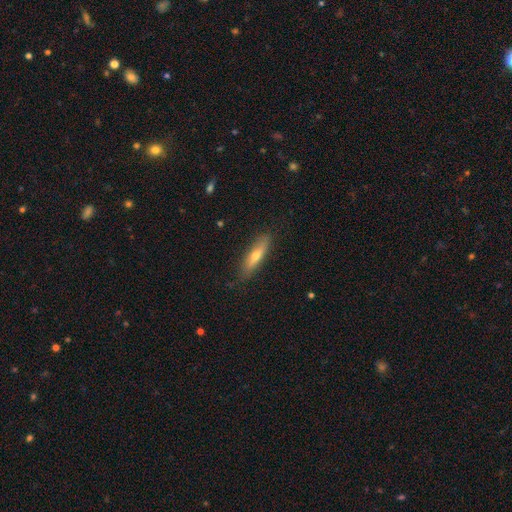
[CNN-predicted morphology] The model was most divided on "smooth or featured": smooth: 53%, featured or disk: 40%, star or artifact: 7%. More confident: merging — none (85%); how rounded — cigar-shaped (76%).